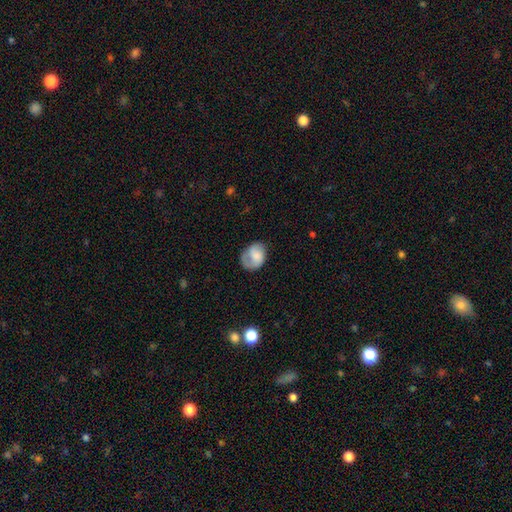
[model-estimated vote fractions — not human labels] Morphology: type=smooth (59%); roundness=in between (64%); merging=none (52%).